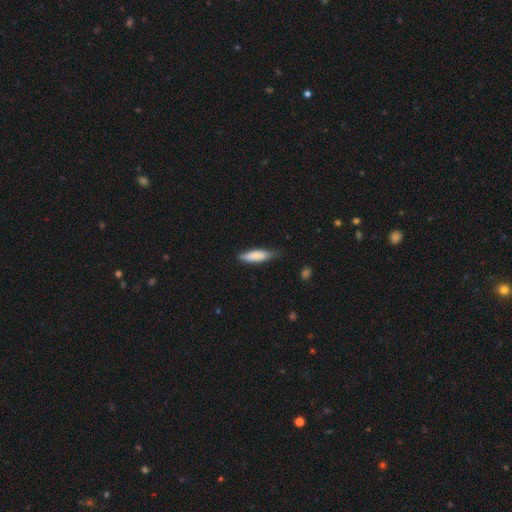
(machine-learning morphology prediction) A smooth galaxy with no disk features (80%) that is cigar-shaped (61%). Merging: none (58%).